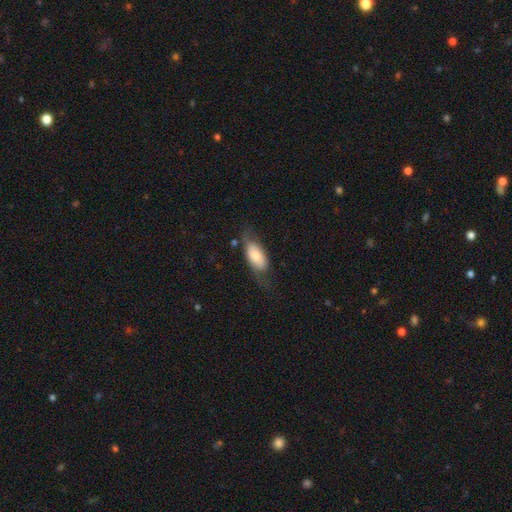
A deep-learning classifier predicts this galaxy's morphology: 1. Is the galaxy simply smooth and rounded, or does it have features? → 64% smooth, 29% featured or disk, 7% star or artifact.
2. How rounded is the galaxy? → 88% in between, 9% cigar-shaped, 4% round.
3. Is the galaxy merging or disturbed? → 53% none, 26% minor disturbance, 18% major disturbance, 2% merger.